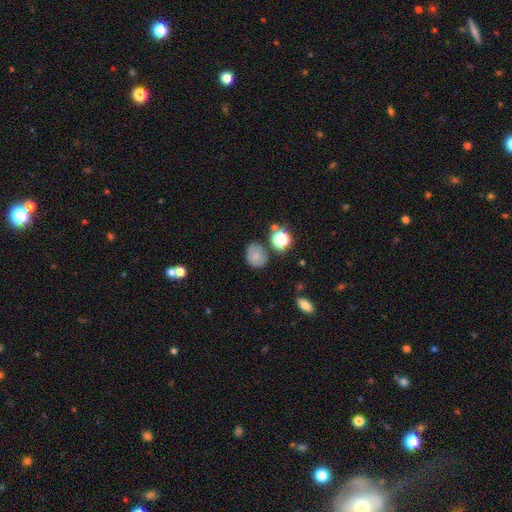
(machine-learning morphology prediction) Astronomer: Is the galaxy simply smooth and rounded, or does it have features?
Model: smooth — 73%.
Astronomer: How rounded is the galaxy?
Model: round — 66%.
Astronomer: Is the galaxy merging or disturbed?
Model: none — 68%.